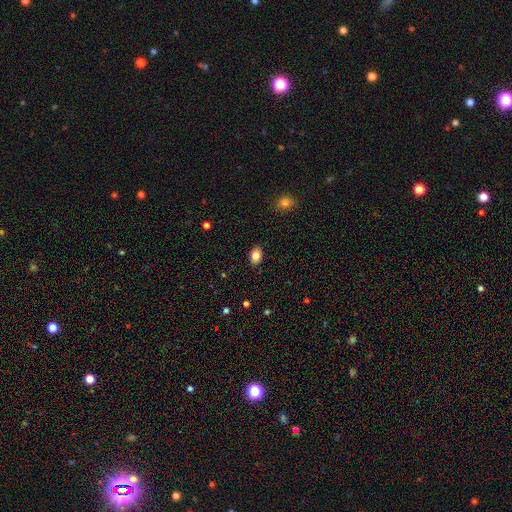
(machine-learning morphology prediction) Smooth or featured? Predicted: smooth (p=0.84). How rounded? Predicted: in between (p=0.84). Merging? Predicted: none (p=0.88).